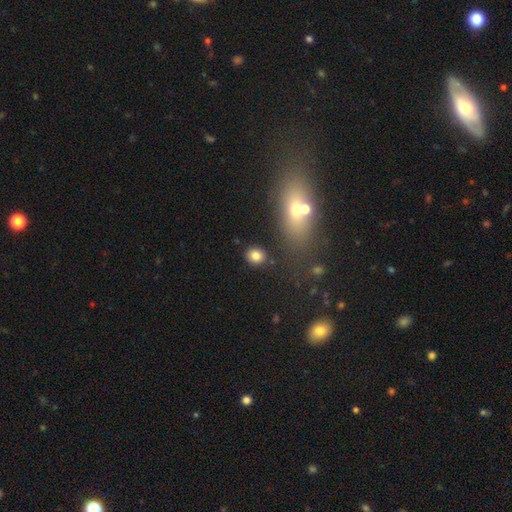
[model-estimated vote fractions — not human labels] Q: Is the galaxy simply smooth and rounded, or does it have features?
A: smooth — 82%.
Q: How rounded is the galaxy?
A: round — 63%.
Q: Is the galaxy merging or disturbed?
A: none — 84%.